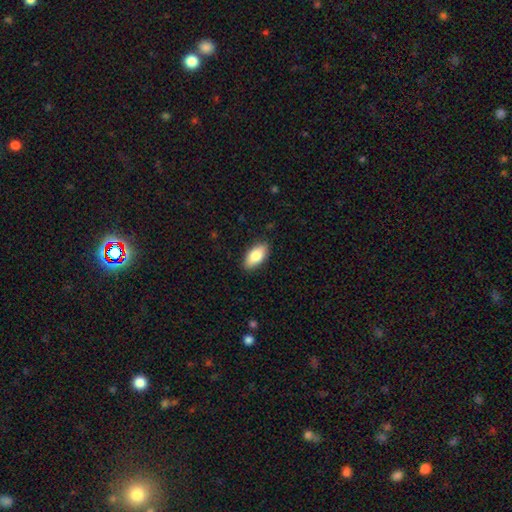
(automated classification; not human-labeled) The model was most divided on "smooth or featured": smooth: 82%, featured or disk: 12%, star or artifact: 6%. More confident: how rounded — in between (91%); merging — none (88%).